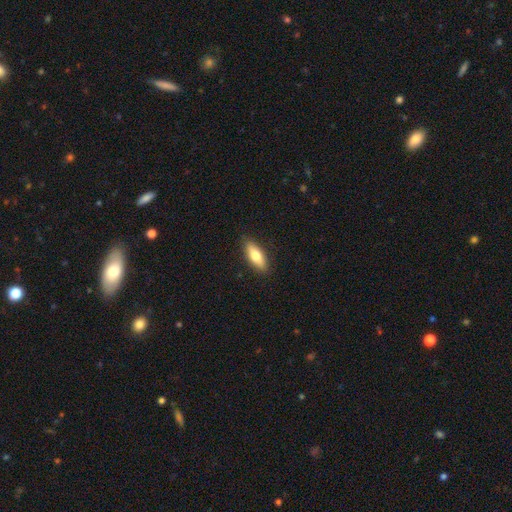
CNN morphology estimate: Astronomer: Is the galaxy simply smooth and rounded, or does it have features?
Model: smooth — 73%.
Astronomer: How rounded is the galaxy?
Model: in between — 68%.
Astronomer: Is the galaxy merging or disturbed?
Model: none — 89%.